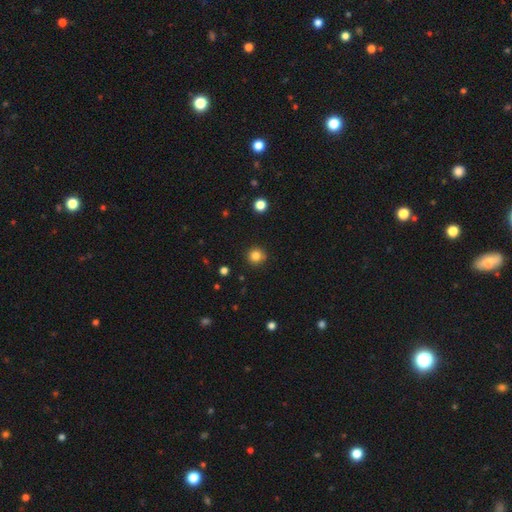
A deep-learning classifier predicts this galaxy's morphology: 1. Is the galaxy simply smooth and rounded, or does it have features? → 82% smooth, 13% star or artifact, 5% featured or disk.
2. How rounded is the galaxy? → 94% round, 5% in between, 1% cigar-shaped.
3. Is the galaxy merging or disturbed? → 86% none, 9% minor disturbance, 3% merger, 2% major disturbance.